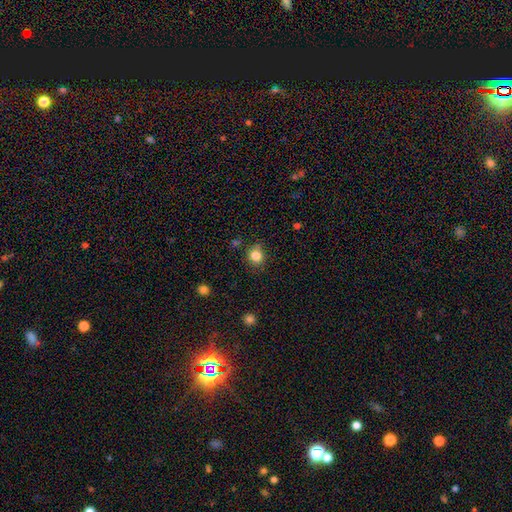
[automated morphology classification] A smooth galaxy with no disk features (83%) that is round (84%).

Vote fractions:
- Smooth or featured? smooth: 83% / star or artifact: 11% / featured or disk: 5%
- How rounded? round: 84% / in between: 15% / cigar-shaped: 1%
- Merging? none: 81% / minor disturbance: 12% / merger: 3% / major disturbance: 3%